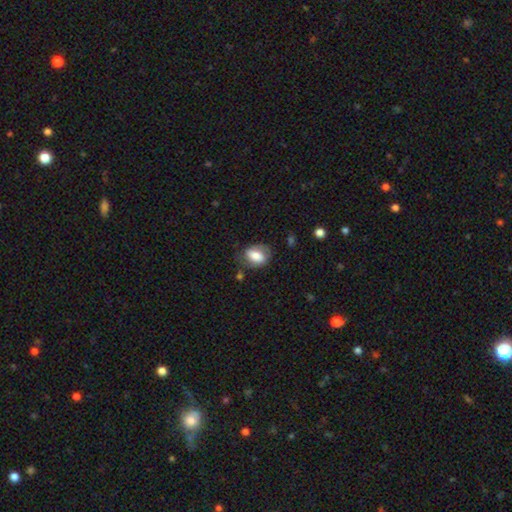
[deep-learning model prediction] Smooth or featured? Predicted: smooth (p=0.68). How rounded? Predicted: in between (p=0.77). Merging? Predicted: none (p=0.60).